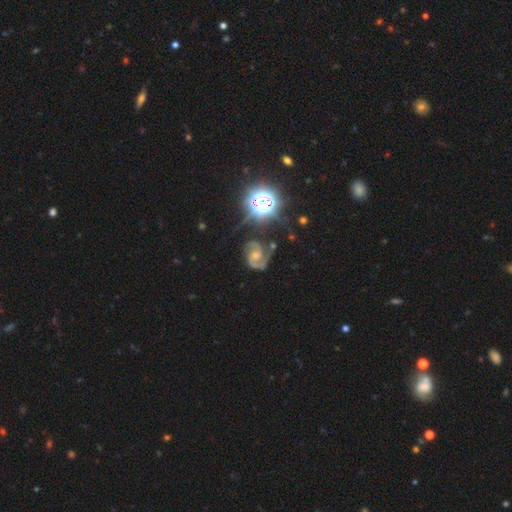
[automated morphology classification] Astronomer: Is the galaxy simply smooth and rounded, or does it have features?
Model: featured or disk — 84%.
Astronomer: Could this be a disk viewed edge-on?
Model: no — 98%.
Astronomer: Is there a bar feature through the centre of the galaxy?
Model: no — 57% (runner-up: weak, 36%).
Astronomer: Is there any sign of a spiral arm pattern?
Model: yes — 97%.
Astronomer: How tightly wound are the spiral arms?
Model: medium — 53% (runner-up: tight, 31%).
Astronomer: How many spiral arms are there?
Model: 2 — 81%.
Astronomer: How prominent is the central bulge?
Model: small — 44% (runner-up: moderate, 43%).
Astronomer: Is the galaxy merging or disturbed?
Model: none — 56%.